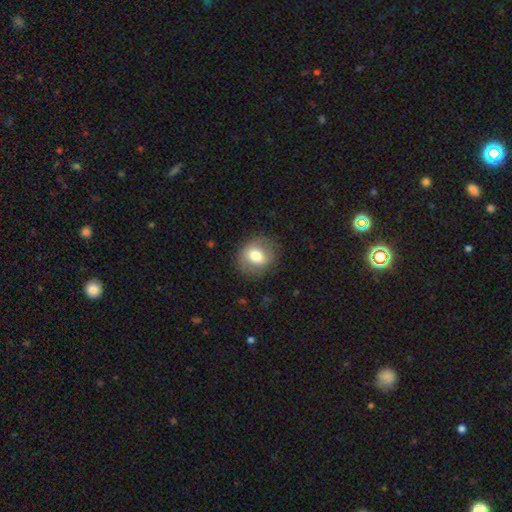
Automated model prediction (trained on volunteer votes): This is likely a smooth galaxy (69%). How rounded: likely round (69%). Merging: clearly none (81%).